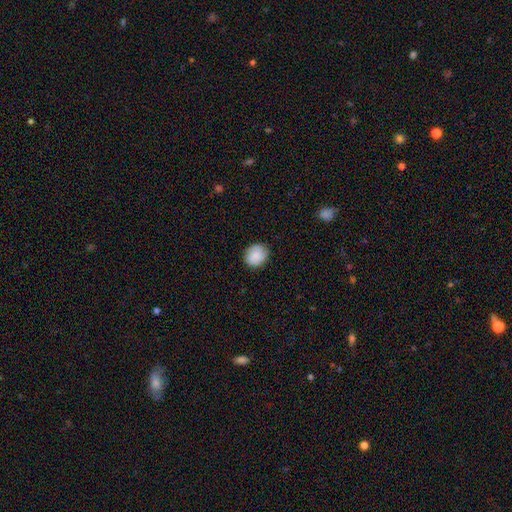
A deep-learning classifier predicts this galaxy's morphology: smooth_or_featured: smooth (p=0.80) [alt: featured or disk p=0.12]
how_rounded: round (p=0.74) [alt: in between p=0.25]
merging: none (p=0.83) [alt: minor disturbance p=0.13]